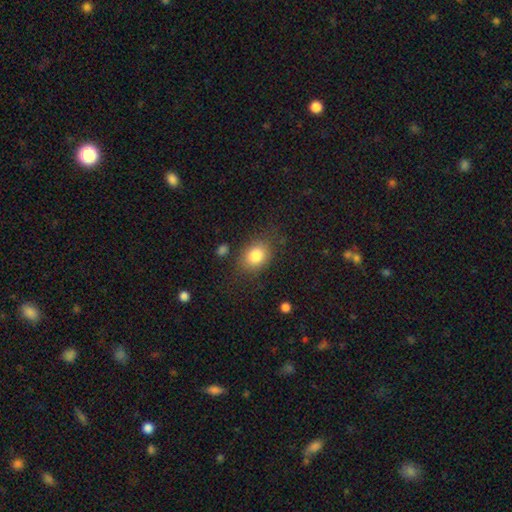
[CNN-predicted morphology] Smooth or featured?
  - smooth: 83% *
  - star or artifact: 9%
  - featured or disk: 8%
How rounded?
  - in between: 60% *
  - round: 39%
  - cigar-shaped: 1%
Merging?
  - none: 76% *
  - minor disturbance: 15%
  - major disturbance: 6%
  - merger: 3%